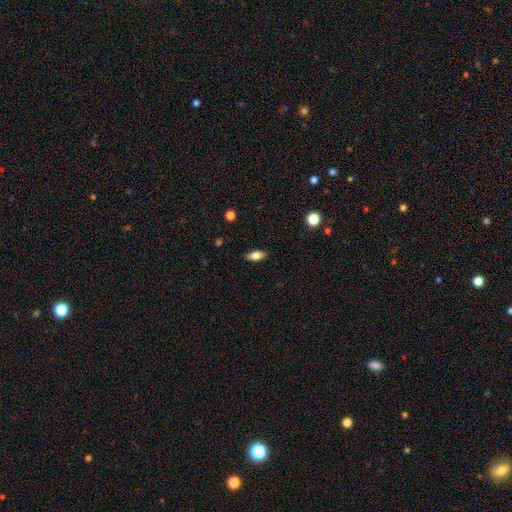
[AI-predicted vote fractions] This is likely a smooth galaxy (73%). How rounded: clearly in between (81%). Merging: clearly none (88%).